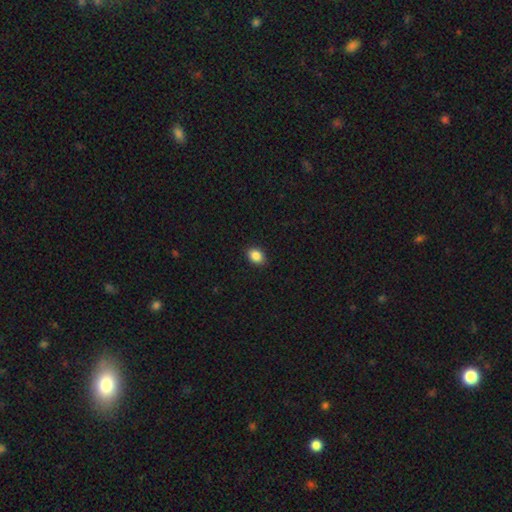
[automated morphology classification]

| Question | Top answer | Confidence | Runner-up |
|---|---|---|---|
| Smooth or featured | smooth | 87% | star or artifact (9%) |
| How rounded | in between | 72% | round (27%) |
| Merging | none | 90% | minor disturbance (7%) |